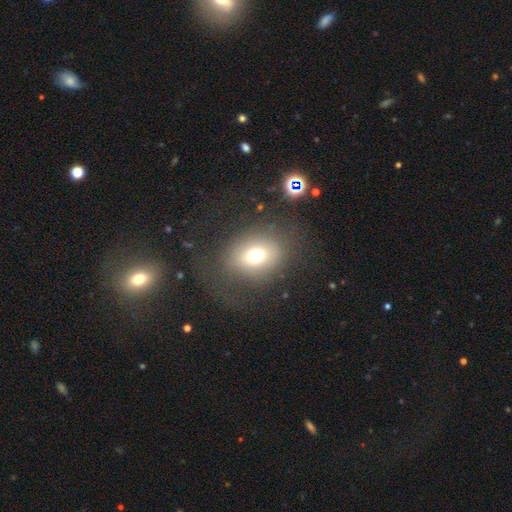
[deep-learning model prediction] smooth-or-featured: smooth: 69% | star or artifact: 16% | featured or disk: 15%
  how-rounded: in between: 50% | round: 49% | cigar-shaped: 1%
  merging: none: 68% | major disturbance: 16% | minor disturbance: 15% | merger: 2%